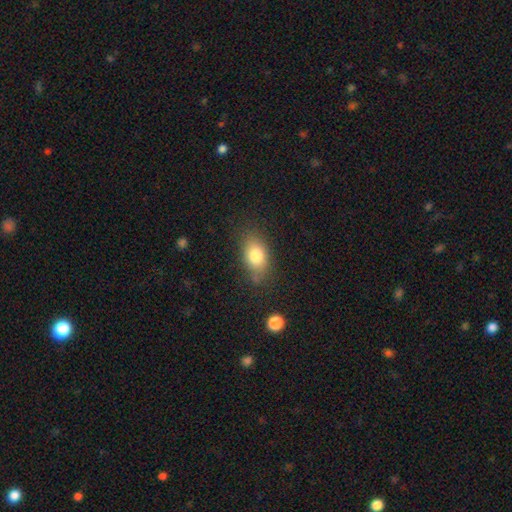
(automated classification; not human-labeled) smooth-or-featured: smooth: 78% | featured or disk: 12% | star or artifact: 9%
  how-rounded: in between: 83% | round: 15% | cigar-shaped: 2%
  merging: none: 74% | minor disturbance: 18% | major disturbance: 5% | merger: 2%